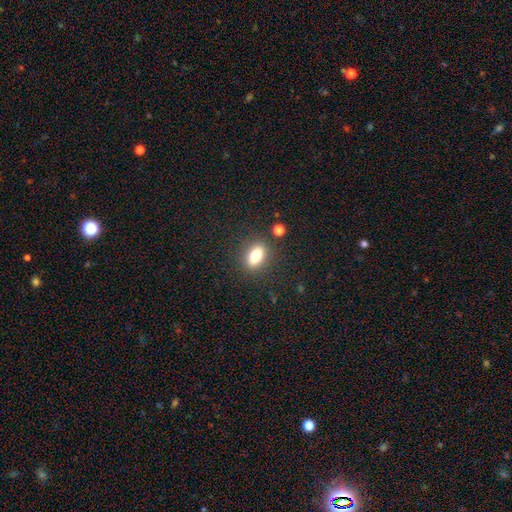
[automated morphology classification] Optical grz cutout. It shows a smooth galaxy with no disk features (78%) that is in between round and cigar-shaped (81%). Merging: none (85%).